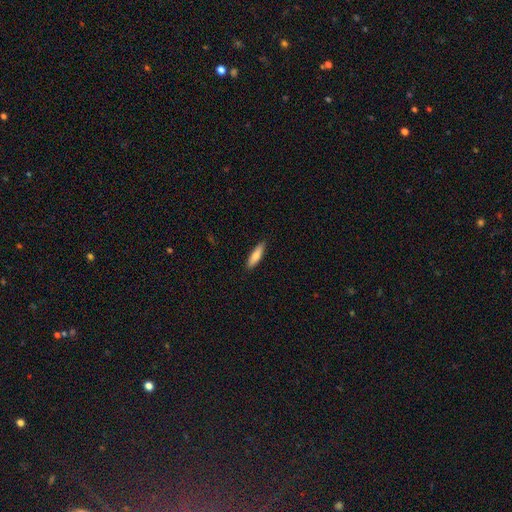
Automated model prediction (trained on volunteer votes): Smooth or featured?
  - smooth: 80% *
  - featured or disk: 15%
  - star or artifact: 6%
How rounded?
  - cigar-shaped: 64% *
  - in between: 35%
  - round: 2%
Merging?
  - none: 89% *
  - minor disturbance: 8%
  - major disturbance: 2%
  - merger: 1%